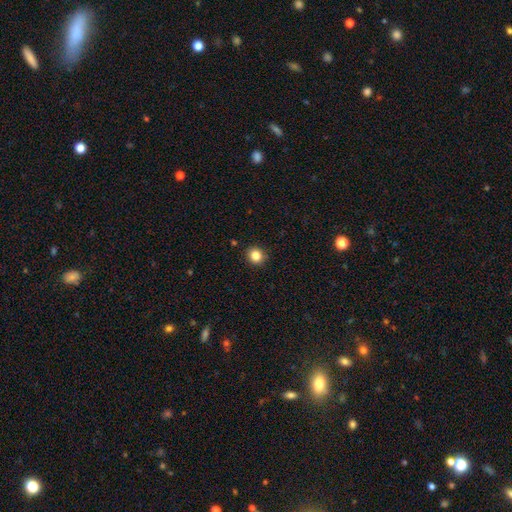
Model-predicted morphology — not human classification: Smooth or featured? smooth (84%)
How rounded? round (85%)
Merging? none (91%)